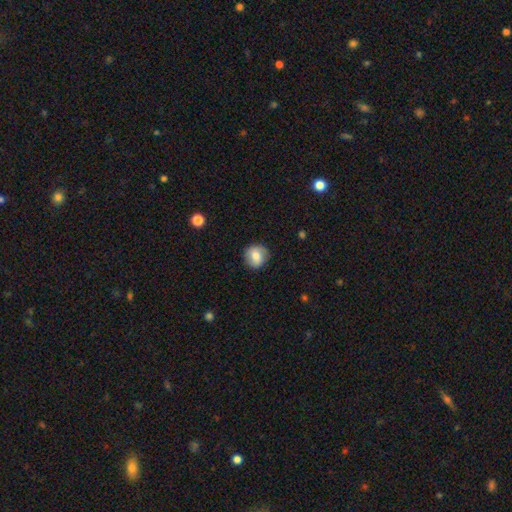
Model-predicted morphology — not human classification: Smooth or featured? smooth (72%)
How rounded? round (87%)
Merging? none (83%)